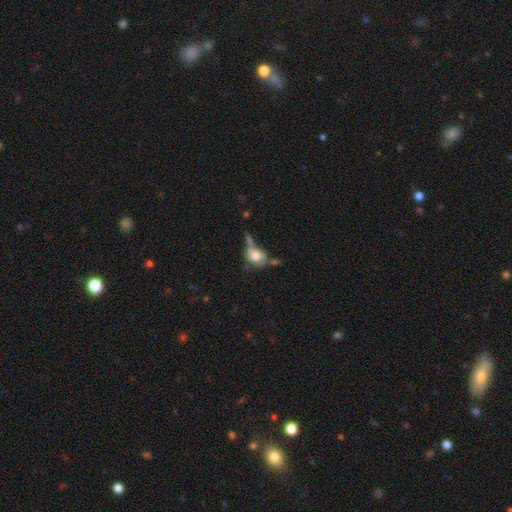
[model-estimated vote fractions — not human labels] Smooth or featured?
  - smooth: 67% *
  - featured or disk: 23%
  - star or artifact: 10%
How rounded?
  - in between: 50% *
  - round: 48%
  - cigar-shaped: 3%
Merging?
  - merger: 34% *
  - none: 29%
  - minor disturbance: 20%
  - major disturbance: 17%